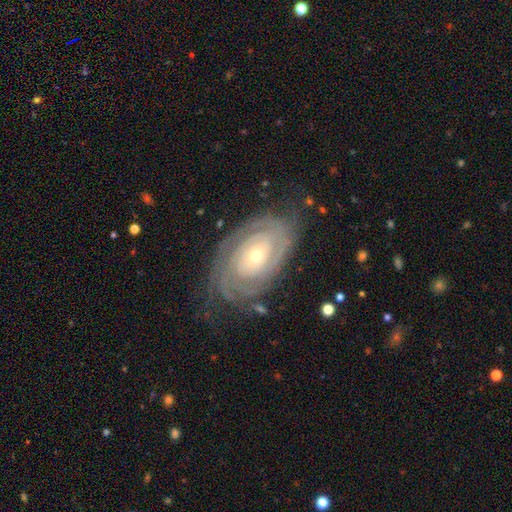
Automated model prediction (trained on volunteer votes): This appears to be a featured or disk galaxy (87%) with no bar (76%), tight (83%) spiral arms (95%) and a small central bulge (64%). Merging: none (74%).